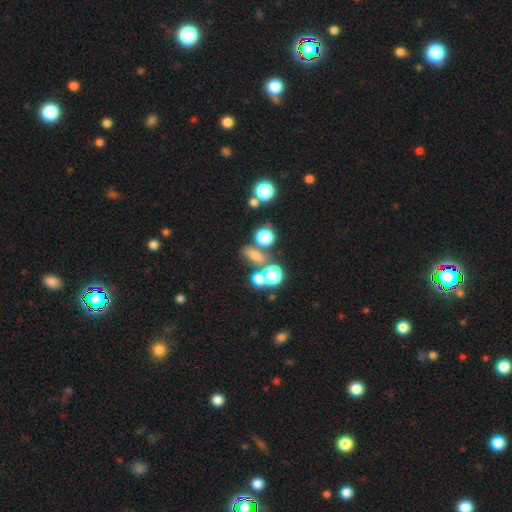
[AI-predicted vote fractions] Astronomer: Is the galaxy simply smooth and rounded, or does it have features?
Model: smooth — 62%.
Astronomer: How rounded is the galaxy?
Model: in between — 47% (runner-up: round, 43%).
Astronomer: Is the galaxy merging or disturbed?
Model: none — 61%.